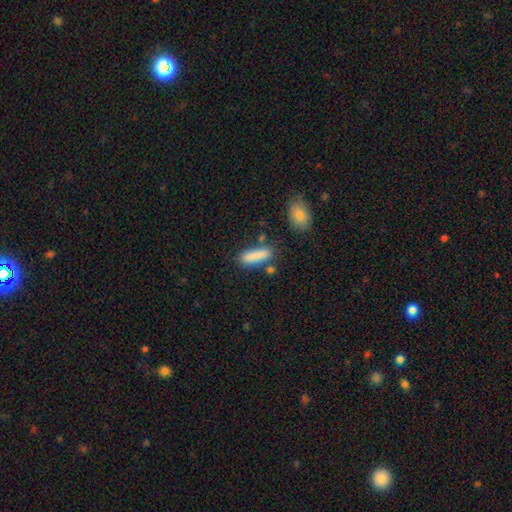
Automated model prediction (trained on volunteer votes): smooth_or_featured: smooth (p=0.85) [alt: featured or disk p=0.07]
how_rounded: cigar-shaped (p=0.57) [alt: in between p=0.41]
merging: none (p=0.72) [alt: minor disturbance p=0.15]